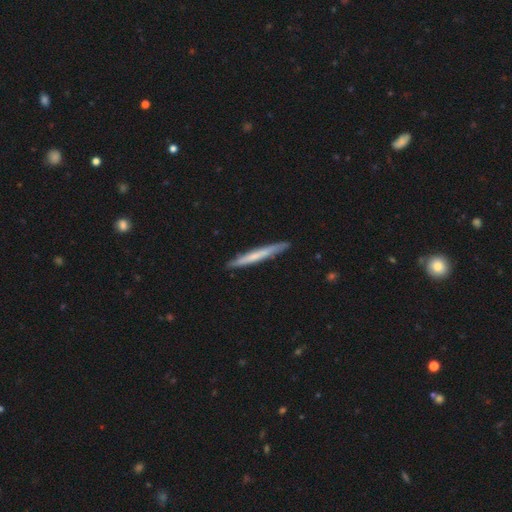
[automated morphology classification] Smooth or featured? Predicted: smooth (p=0.53). How rounded? Predicted: cigar-shaped (p=0.97). Merging? Predicted: none (p=0.89).